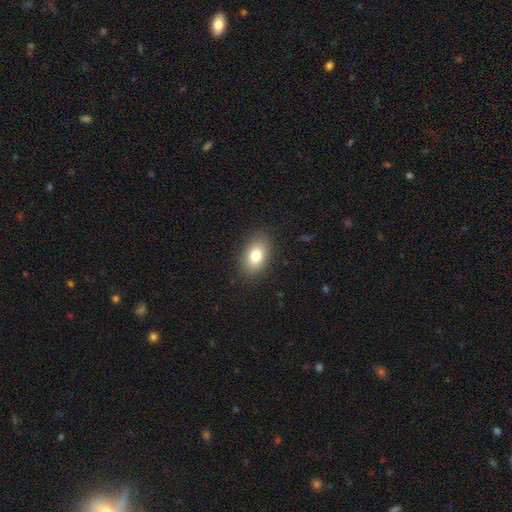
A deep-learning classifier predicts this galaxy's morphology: Smooth or featured?
  - smooth: 78% *
  - featured or disk: 13%
  - star or artifact: 9%
How rounded?
  - in between: 85% *
  - round: 14%
  - cigar-shaped: 2%
Merging?
  - none: 87% *
  - minor disturbance: 9%
  - major disturbance: 3%
  - merger: 1%